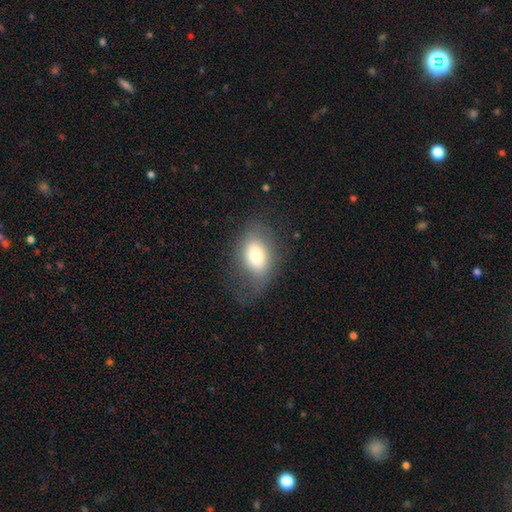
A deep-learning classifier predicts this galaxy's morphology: smooth_or_featured: smooth (p=0.74) [alt: featured or disk p=0.17]
how_rounded: in between (p=0.85) [alt: round p=0.13]
merging: none (p=0.57) [alt: minor disturbance p=0.23]